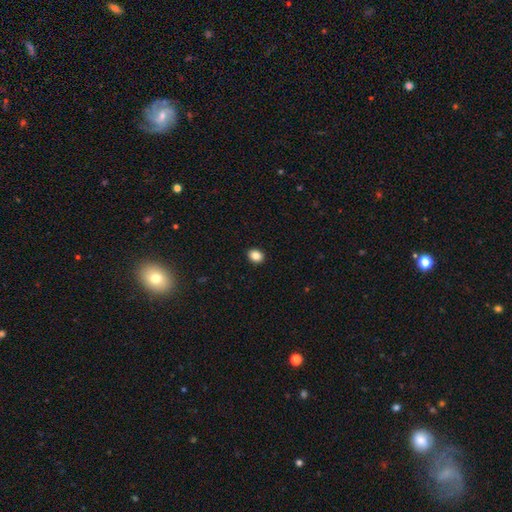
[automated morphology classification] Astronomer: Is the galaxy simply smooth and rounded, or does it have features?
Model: smooth — 86%.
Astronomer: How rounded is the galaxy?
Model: round — 52% (runner-up: in between, 47%).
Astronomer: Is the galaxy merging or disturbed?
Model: none — 92%.